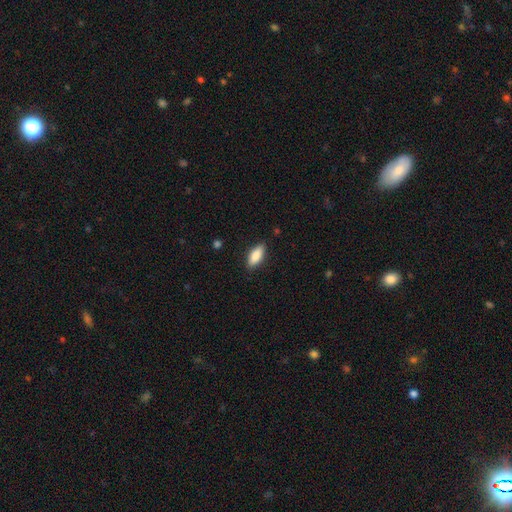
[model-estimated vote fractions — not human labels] Smooth or featured? Predicted: smooth (p=0.84). How rounded? Predicted: in between (p=0.81). Merging? Predicted: none (p=0.85).